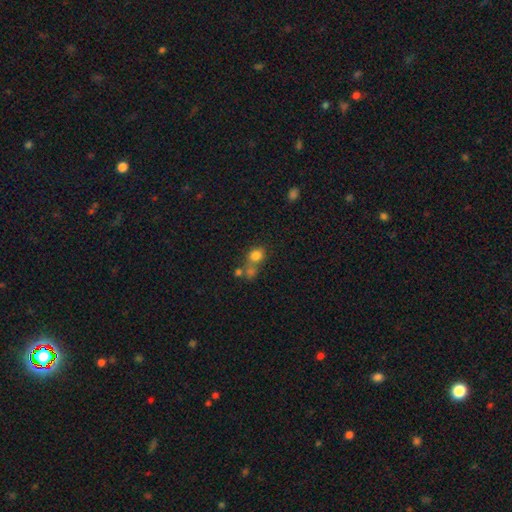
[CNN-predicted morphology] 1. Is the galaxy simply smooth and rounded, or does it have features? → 77% smooth, 13% star or artifact, 10% featured or disk.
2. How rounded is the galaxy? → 63% round, 36% in between, 1% cigar-shaped.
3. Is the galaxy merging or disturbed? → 42% merger, 41% none, 10% minor disturbance, 7% major disturbance.